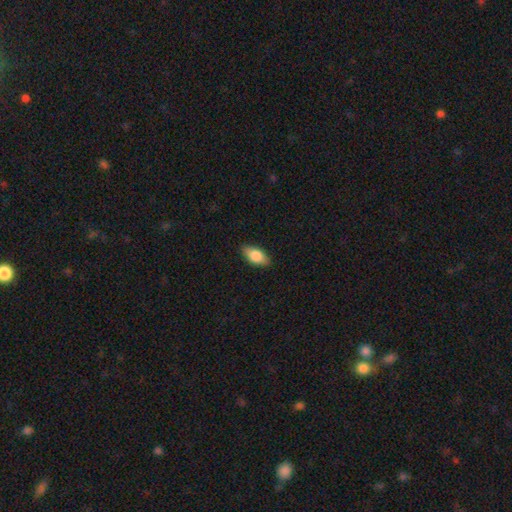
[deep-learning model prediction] The model was most divided on "smooth or featured": smooth: 81%, featured or disk: 13%, star or artifact: 6%. More confident: how rounded — in between (89%); merging — none (87%).